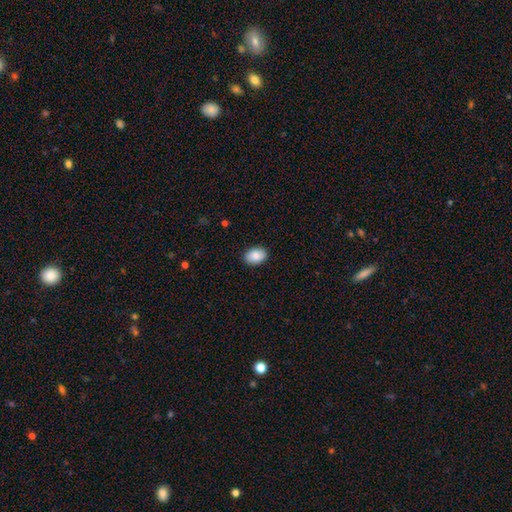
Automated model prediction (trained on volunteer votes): The model was most divided on "how rounded": in between: 82%, round: 17%, cigar-shaped: 1%. More confident: merging — none (90%); smooth or featured — smooth (88%).